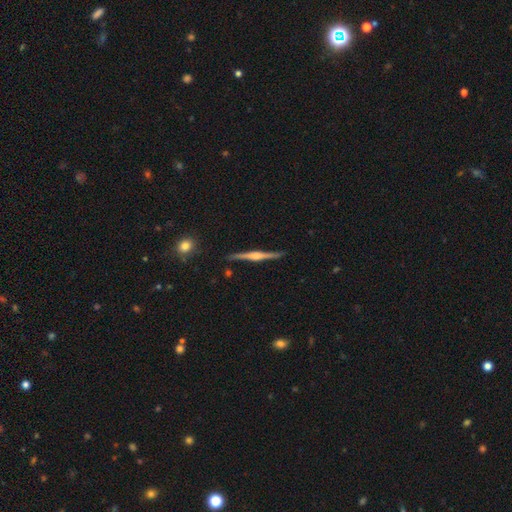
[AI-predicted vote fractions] The model was most divided on "smooth or featured": featured or disk: 83%, smooth: 12%, star or artifact: 5%. More confident: edge-on disk — yes (98%); merging — none (89%); edge-on bulge — rounded (84%).